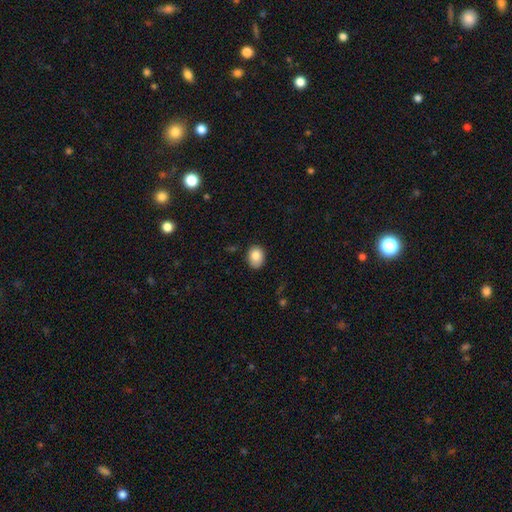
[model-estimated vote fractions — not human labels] This is clearly a smooth galaxy (84%). How rounded: likely in between (60%). Merging: clearly none (85%).